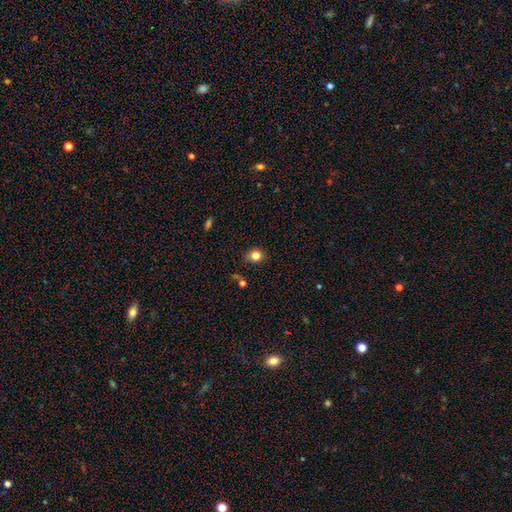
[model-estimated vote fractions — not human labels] Smooth or featured? smooth (81%)
How rounded? round (65%)
Merging? none (81%)